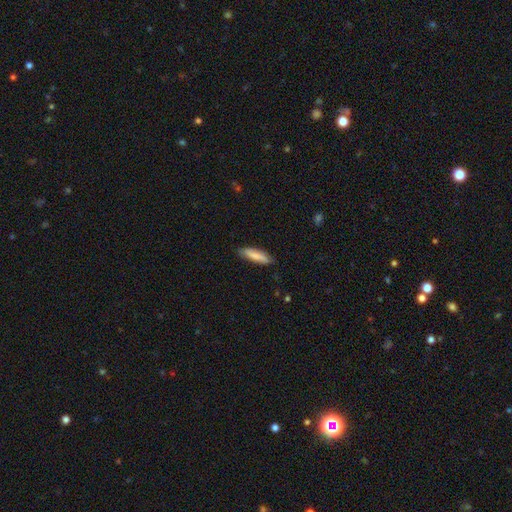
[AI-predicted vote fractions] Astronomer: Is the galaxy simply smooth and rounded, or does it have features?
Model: smooth — 81%.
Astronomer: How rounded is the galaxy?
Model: cigar-shaped — 72%.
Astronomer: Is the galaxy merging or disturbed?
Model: none — 84%.